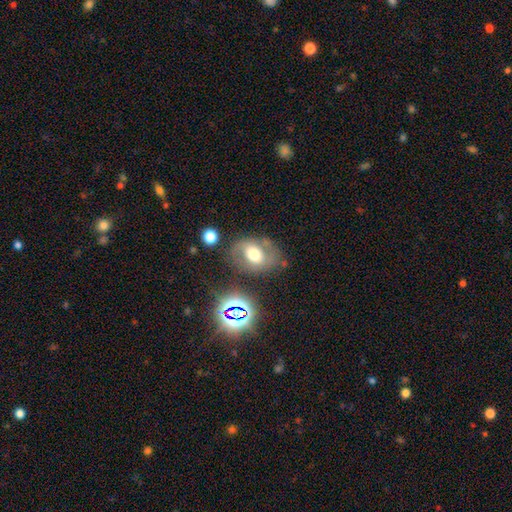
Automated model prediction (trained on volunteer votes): Smooth or featured? Predicted: featured or disk (p=0.43). Merging? Predicted: none (p=0.70).